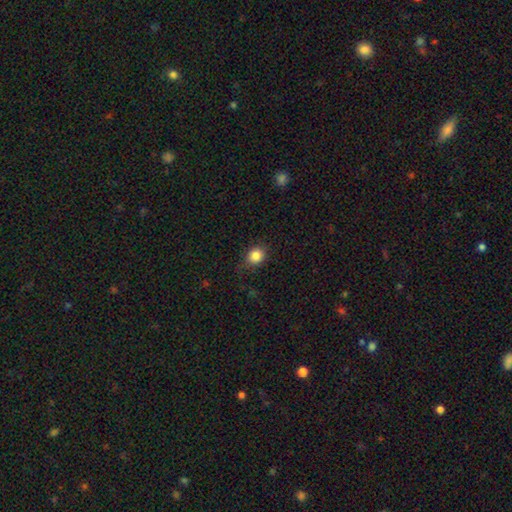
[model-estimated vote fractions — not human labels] Smooth or featured: smooth — 85% (star or artifact — 10%)
How rounded: round — 72% (in between — 27%)
Merging: none — 76% (minor disturbance — 18%)